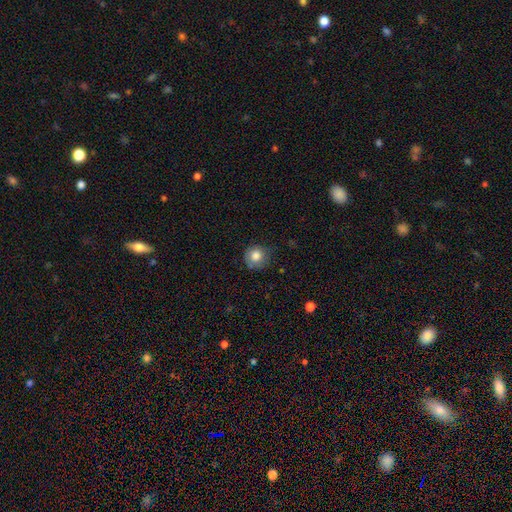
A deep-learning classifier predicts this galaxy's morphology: This is clearly a smooth galaxy (81%). How rounded: clearly round (91%). Merging: likely none (71%).